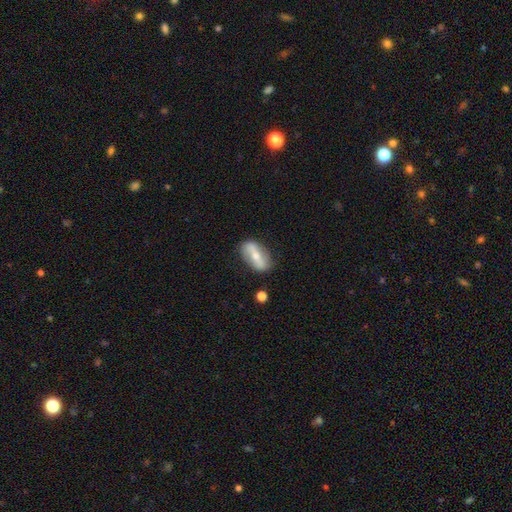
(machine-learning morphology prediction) The model was most divided on "smooth or featured": featured or disk: 50%, smooth: 44%, star or artifact: 6%. More confident: merging — none (80%).